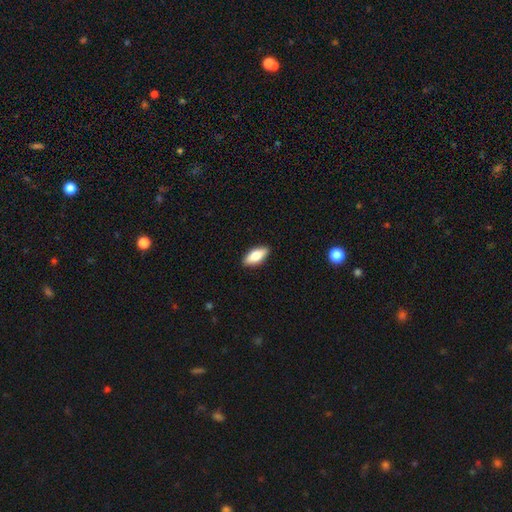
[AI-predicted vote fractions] Morphology: type=smooth (75%); roundness=in between (79%); merging=none (89%).